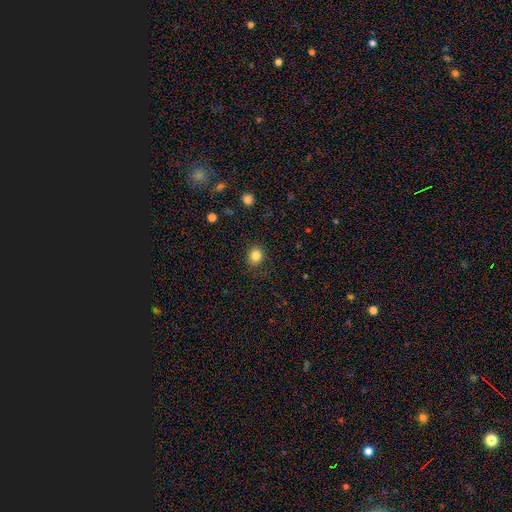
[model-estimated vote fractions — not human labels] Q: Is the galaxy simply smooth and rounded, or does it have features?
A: smooth — 84%.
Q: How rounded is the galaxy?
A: round — 72%.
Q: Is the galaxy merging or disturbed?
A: none — 87%.